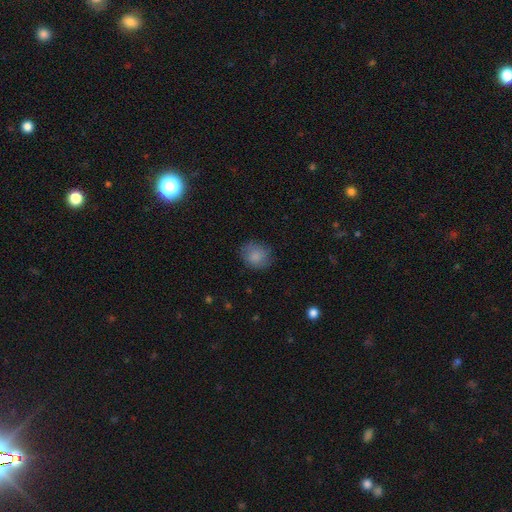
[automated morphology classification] smooth 84%, star or artifact 8%, featured or disk 8%. Down the decision tree: how rounded — round (69%); merging — none (77%).